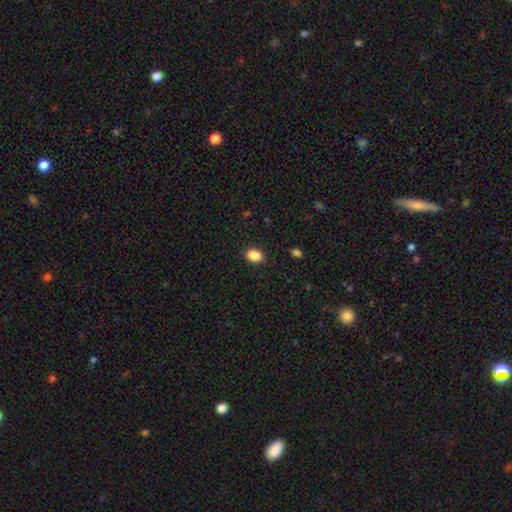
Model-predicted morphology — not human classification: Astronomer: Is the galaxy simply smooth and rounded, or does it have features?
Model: smooth — 88%.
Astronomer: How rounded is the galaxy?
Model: in between — 72%.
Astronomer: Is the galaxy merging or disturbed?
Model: none — 87%.